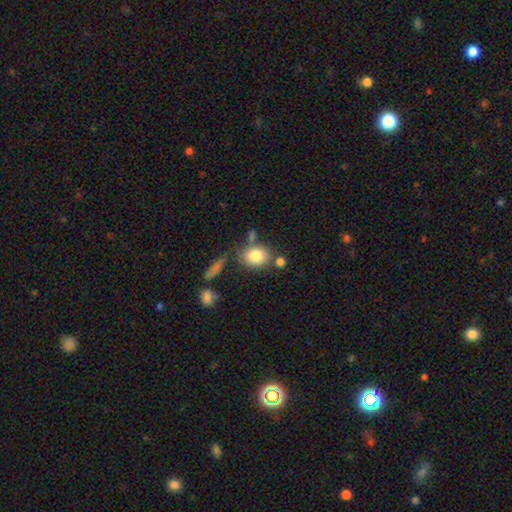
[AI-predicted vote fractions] A smooth galaxy with no disk features (82%) that is in between round and cigar-shaped (54%).

Vote fractions:
- Smooth or featured? smooth: 82% / featured or disk: 10% / star or artifact: 9%
- How rounded? in between: 54% / round: 44% / cigar-shaped: 2%
- Merging? none: 65% / merger: 15% / minor disturbance: 14% / major disturbance: 5%